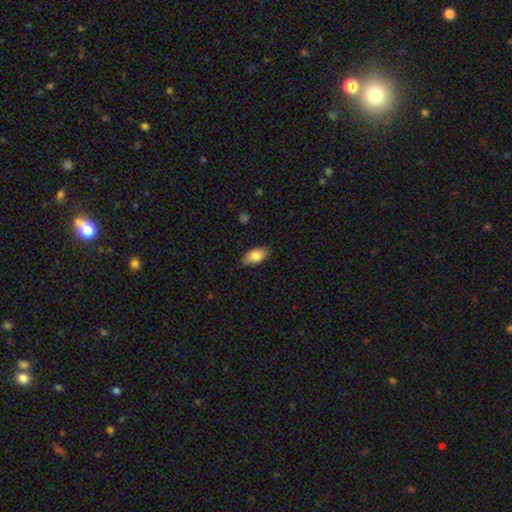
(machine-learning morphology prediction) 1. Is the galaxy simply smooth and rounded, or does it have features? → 84% smooth, 10% featured or disk, 7% star or artifact.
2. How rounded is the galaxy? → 93% in between, 4% round, 3% cigar-shaped.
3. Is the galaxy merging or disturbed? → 85% none, 12% minor disturbance, 2% major disturbance, 1% merger.